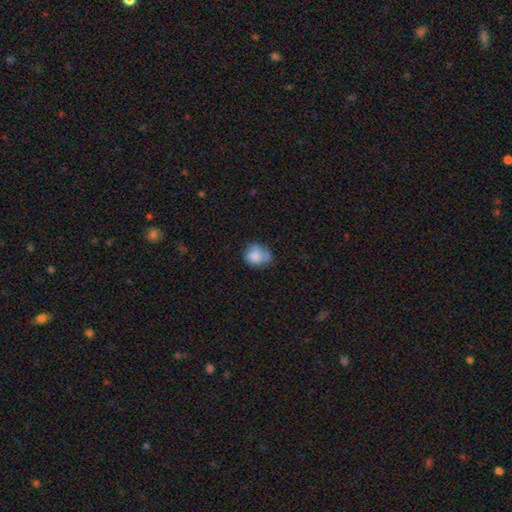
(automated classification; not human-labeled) Overall: smooth (73%). How rounded: round (58%; in between 41%). Merging: none (43%; minor disturbance 32%).